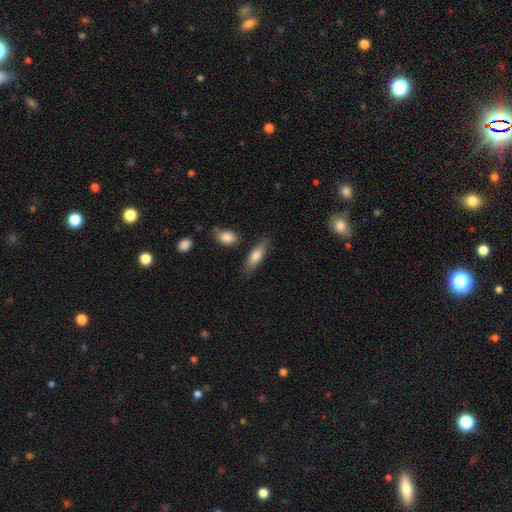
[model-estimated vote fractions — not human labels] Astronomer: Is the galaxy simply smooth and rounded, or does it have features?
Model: smooth — 77%.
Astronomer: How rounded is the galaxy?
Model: in between — 59% (runner-up: cigar-shaped, 38%).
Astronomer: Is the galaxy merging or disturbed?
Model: none — 80%.